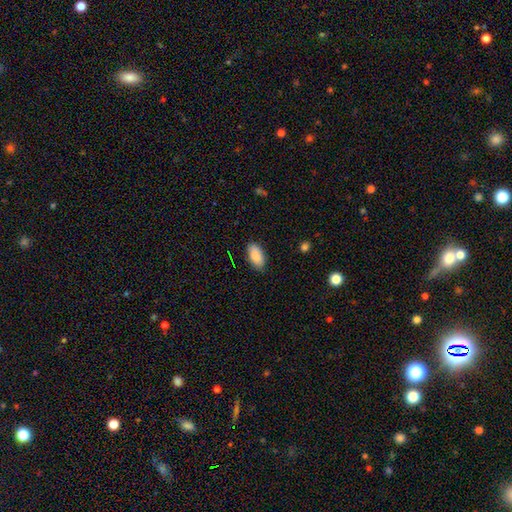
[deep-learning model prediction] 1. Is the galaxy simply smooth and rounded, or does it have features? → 89% smooth, 6% star or artifact, 5% featured or disk.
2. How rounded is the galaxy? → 93% in between, 5% cigar-shaped, 3% round.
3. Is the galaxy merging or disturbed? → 83% none, 13% minor disturbance, 3% major disturbance, 1% merger.